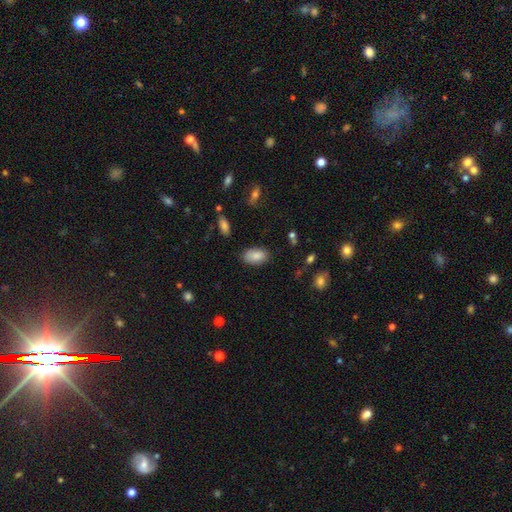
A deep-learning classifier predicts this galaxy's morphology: Q: Smooth or featured?
A: smooth (85%); runner-up: star or artifact (7%)
Q: How rounded?
A: in between (94%); runner-up: round (4%)
Q: Merging?
A: none (83%); runner-up: minor disturbance (12%)